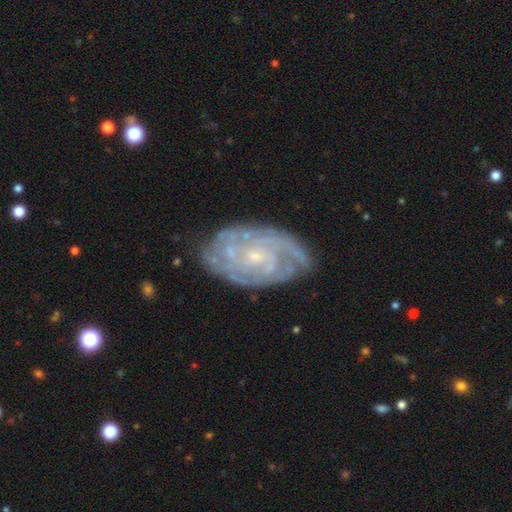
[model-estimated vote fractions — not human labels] A featured or disk galaxy (84%) with no bar (71%), tight (70%) spiral arms (93%) and a small central bulge (76%).

Vote fractions:
- Smooth or featured? featured or disk: 84% / smooth: 10% / star or artifact: 6%
- Edge-on disk? no: 96% / yes: 4%
- Bar? no: 71% / weak: 25% / strong: 5%
- Spiral arms? yes: 93% / no: 7%
- Spiral winding? tight: 70% / medium: 24% / loose: 5%
- Spiral arm count? can't tell: 42% / 2: 20% / 3: 16% / 4: 11% / more than 4: 6% / 1: 5%
- Bulge size? small: 76% / moderate: 18% / none: 3% / large: 1% / dominant: 1%
- Merging? none: 72% / minor disturbance: 20% / major disturbance: 6% / merger: 2%